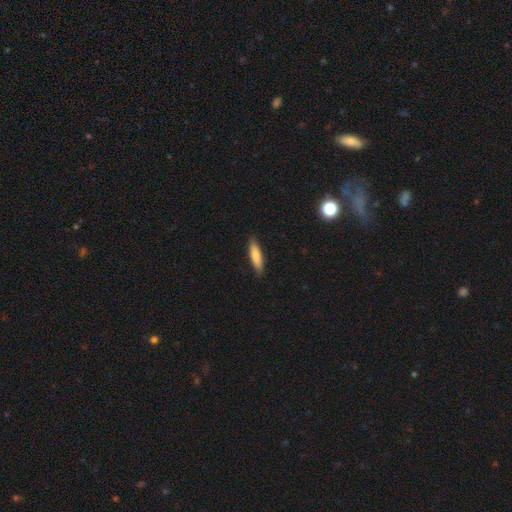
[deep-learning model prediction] Smooth or featured? smooth (76%)
How rounded? cigar-shaped (70%)
Merging? none (85%)